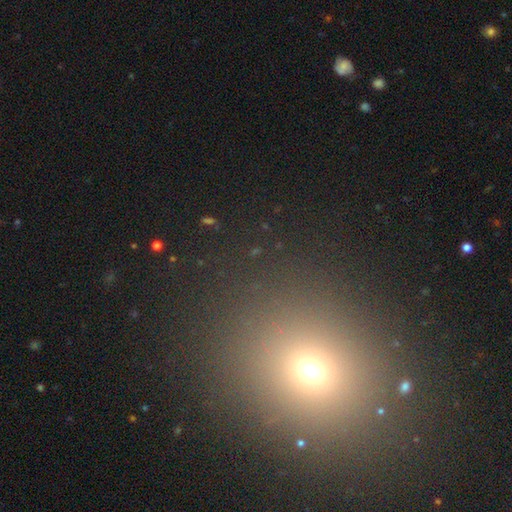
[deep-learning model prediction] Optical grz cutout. It shows a smooth galaxy with no disk features (52%) that is round (76%). Merging: none (86%).